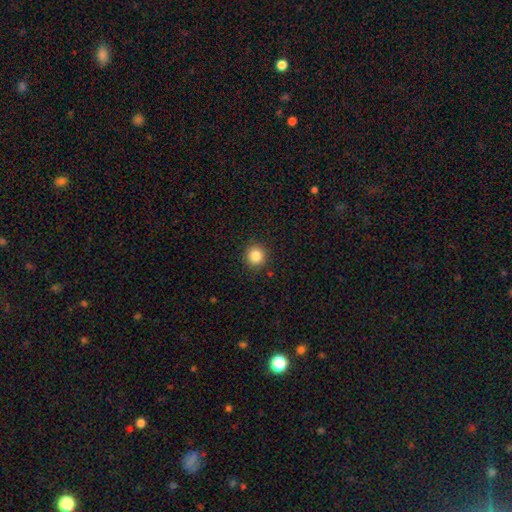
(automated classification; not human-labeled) smooth_or_featured: smooth (p=0.84) [alt: star or artifact p=0.11]
how_rounded: round (p=0.92) [alt: in between p=0.07]
merging: none (p=0.90) [alt: minor disturbance p=0.06]